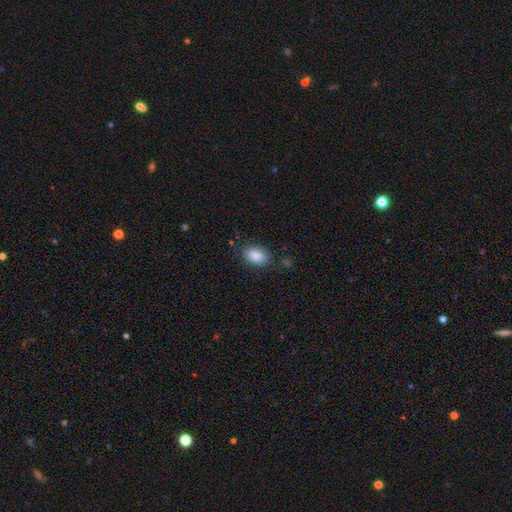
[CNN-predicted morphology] Smooth or featured?
  - smooth: 88% *
  - star or artifact: 7%
  - featured or disk: 4%
How rounded?
  - in between: 88% *
  - round: 10%
  - cigar-shaped: 1%
Merging?
  - none: 81% *
  - minor disturbance: 13%
  - major disturbance: 4%
  - merger: 2%